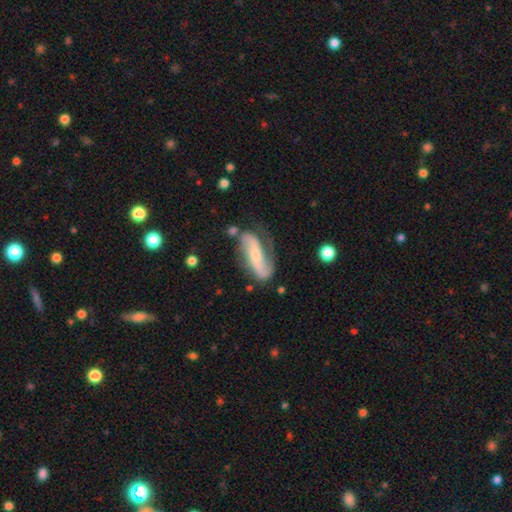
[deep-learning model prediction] Smooth or featured?
  - featured or disk: 76% *
  - smooth: 18%
  - star or artifact: 6%
Edge-on disk?
  - no: 90% *
  - yes: 10%
Bar?
  - no: 43% *
  - strong: 30%
  - weak: 26%
Spiral arms?
  - yes: 93% *
  - no: 7%
Spiral winding?
  - loose: 52% *
  - medium: 32%
  - tight: 16%
Spiral arm count?
  - 2: 87% *
  - can't tell: 5%
  - 1: 5%
  - 3: 1%
  - 4: 1%
  - more than 4: 1%
Bulge size?
  - small: 64% *
  - moderate: 27%
  - none: 5%
  - large: 3%
  - dominant: 1%
Merging?
  - none: 63% *
  - minor disturbance: 22%
  - major disturbance: 11%
  - merger: 4%